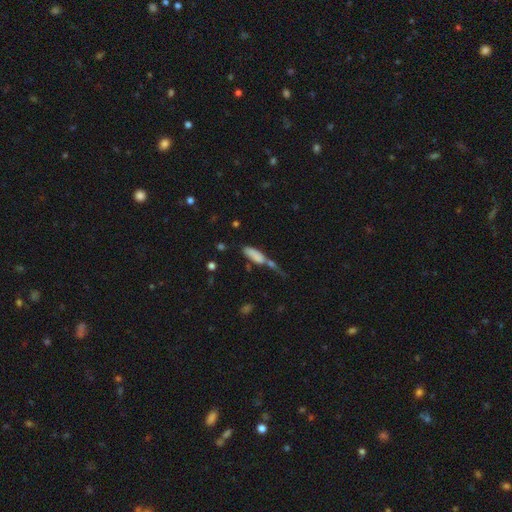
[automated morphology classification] Smooth or featured?
  - smooth: 77% *
  - featured or disk: 14%
  - star or artifact: 9%
How rounded?
  - in between: 58% *
  - cigar-shaped: 39%
  - round: 3%
Merging?
  - merger: 42% *
  - none: 26%
  - minor disturbance: 18%
  - major disturbance: 15%